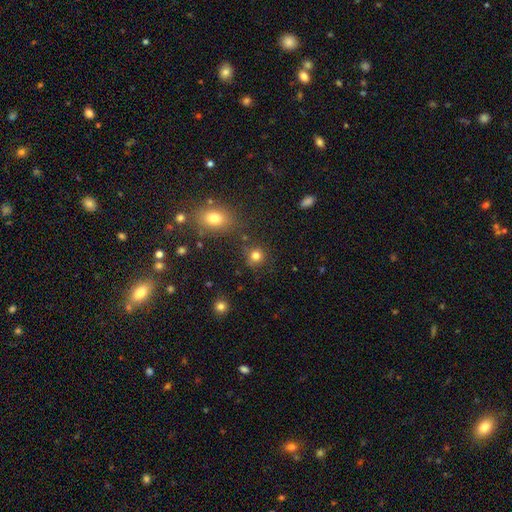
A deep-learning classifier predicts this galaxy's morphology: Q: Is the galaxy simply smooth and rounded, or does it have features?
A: smooth — 80%.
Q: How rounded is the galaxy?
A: round — 88%.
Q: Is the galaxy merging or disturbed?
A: none — 80%.